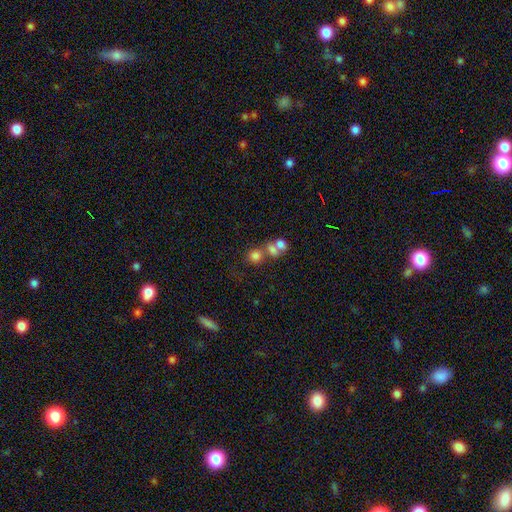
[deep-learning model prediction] A smooth galaxy with no disk features (76%) that is round (75%).

Vote fractions:
- Smooth or featured? smooth: 76% / star or artifact: 13% / featured or disk: 11%
- How rounded? round: 75% / in between: 23% / cigar-shaped: 1%
- Merging? merger: 44% / none: 42% / minor disturbance: 8% / major disturbance: 5%